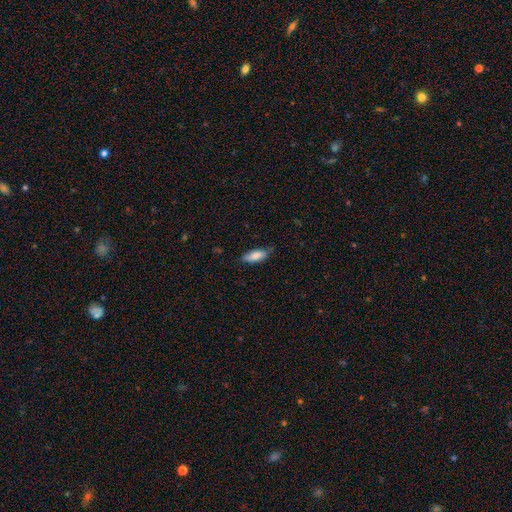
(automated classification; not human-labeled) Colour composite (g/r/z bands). It shows a smooth galaxy with no disk features (82%) that is in between round and cigar-shaped (71%). Merging: none (73%).